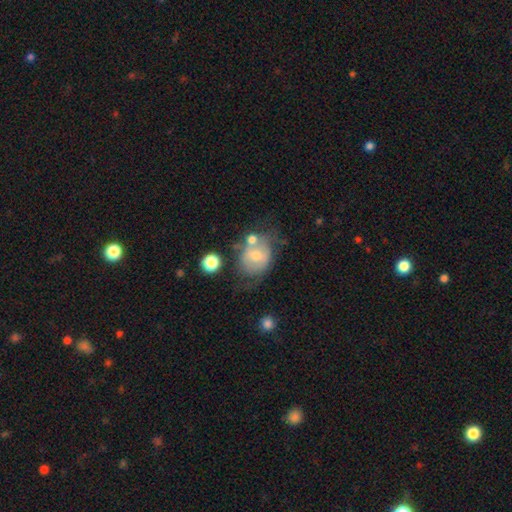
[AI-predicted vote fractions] smooth-or-featured: smooth: 48% | featured or disk: 42% | star or artifact: 10%
  merging: none: 43% | minor disturbance: 24% | merger: 18% | major disturbance: 15%